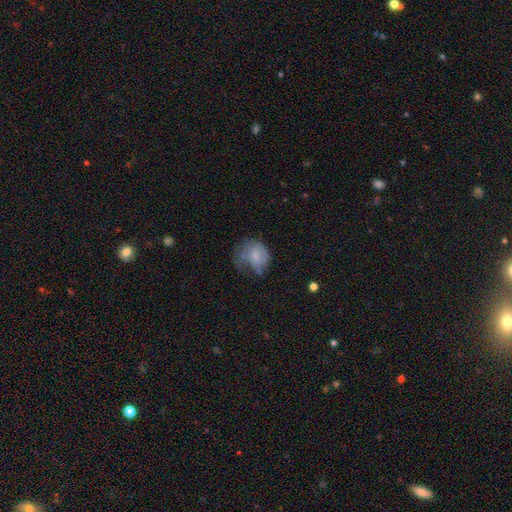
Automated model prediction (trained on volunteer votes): smooth-or-featured: smooth: 53% | featured or disk: 39% | star or artifact: 8%
  how-rounded: round: 54% | in between: 44% | cigar-shaped: 1%
  merging: major disturbance: 42% | minor disturbance: 28% | none: 26% | merger: 4%